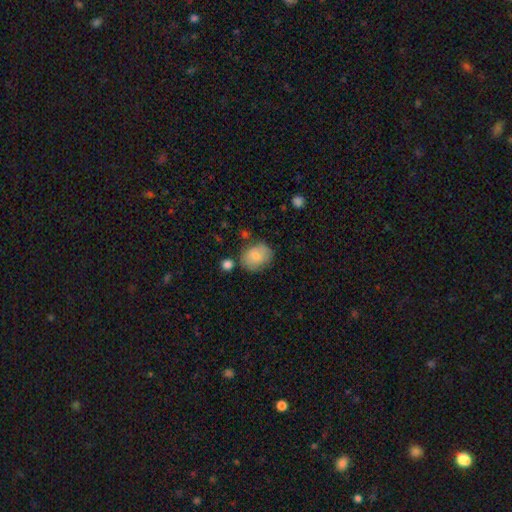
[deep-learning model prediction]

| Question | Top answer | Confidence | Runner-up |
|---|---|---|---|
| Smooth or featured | smooth | 79% | featured or disk (14%) |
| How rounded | in between | 50% | round (49%) |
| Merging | none | 67% | minor disturbance (20%) |